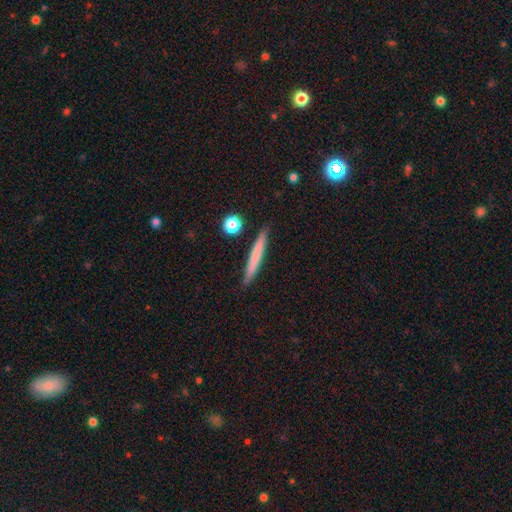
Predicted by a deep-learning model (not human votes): Smooth or featured?
  - smooth: 67% *
  - featured or disk: 27%
  - star or artifact: 6%
How rounded?
  - cigar-shaped: 96% *
  - in between: 3%
  - round: 1%
Merging?
  - none: 90% *
  - minor disturbance: 7%
  - merger: 2%
  - major disturbance: 2%